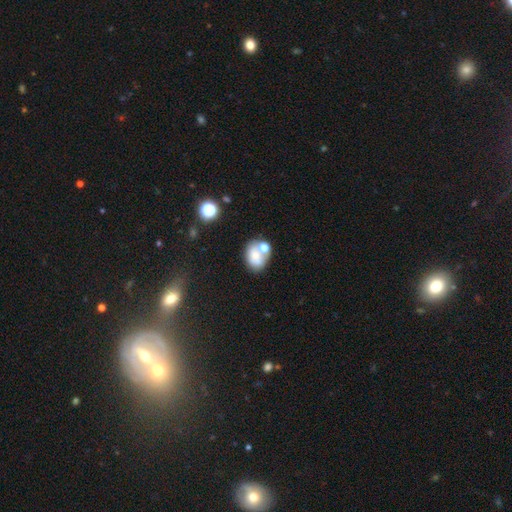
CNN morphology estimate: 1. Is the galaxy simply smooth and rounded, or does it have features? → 62% smooth, 26% featured or disk, 12% star or artifact.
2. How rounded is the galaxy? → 62% in between, 37% round, 1% cigar-shaped.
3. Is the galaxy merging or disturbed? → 41% none, 35% merger, 16% minor disturbance, 8% major disturbance.